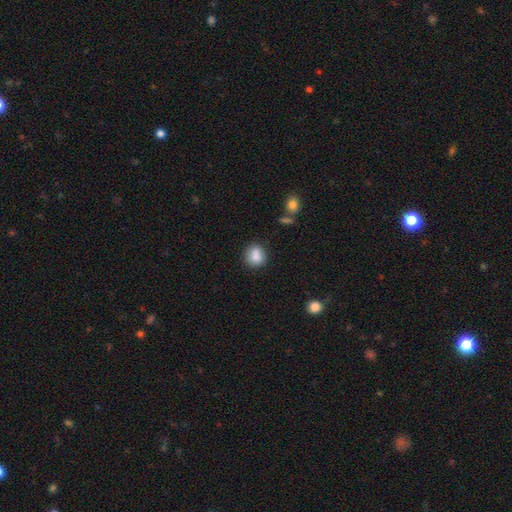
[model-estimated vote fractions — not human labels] This appears to be a smooth galaxy with no disk features (86%) that is round (70%). Merging: none (77%).